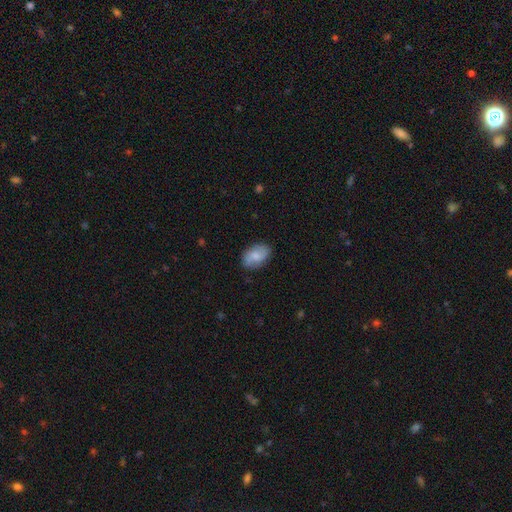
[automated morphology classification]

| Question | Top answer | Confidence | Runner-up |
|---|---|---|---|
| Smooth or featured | smooth | 61% | featured or disk (32%) |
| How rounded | in between | 89% | round (9%) |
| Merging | none | 80% | minor disturbance (15%) |